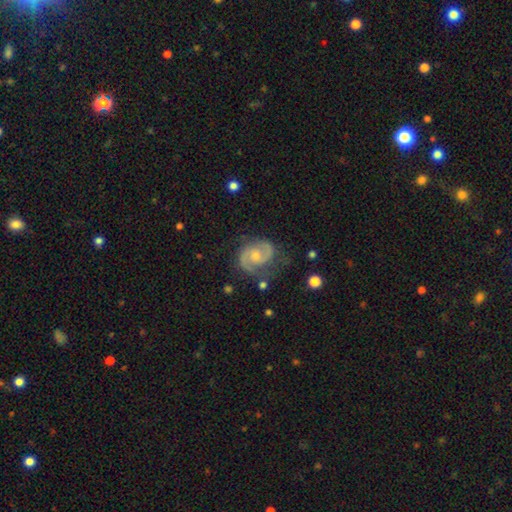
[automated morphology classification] Smooth or featured?
  - featured or disk: 89% *
  - star or artifact: 6%
  - smooth: 6%
Edge-on disk?
  - no: 98% *
  - yes: 2%
Bar?
  - no: 60% *
  - weak: 33%
  - strong: 7%
Spiral arms?
  - yes: 98% *
  - no: 2%
Spiral winding?
  - medium: 54% *
  - tight: 34%
  - loose: 13%
Spiral arm count?
  - 2: 92% *
  - can't tell: 3%
  - 1: 2%
  - 3: 1%
  - 4: 1%
  - more than 4: 1%
Bulge size?
  - moderate: 47% *
  - small: 46%
  - none: 4%
  - large: 2%
  - dominant: 1%
Merging?
  - none: 76% *
  - minor disturbance: 16%
  - major disturbance: 6%
  - merger: 2%